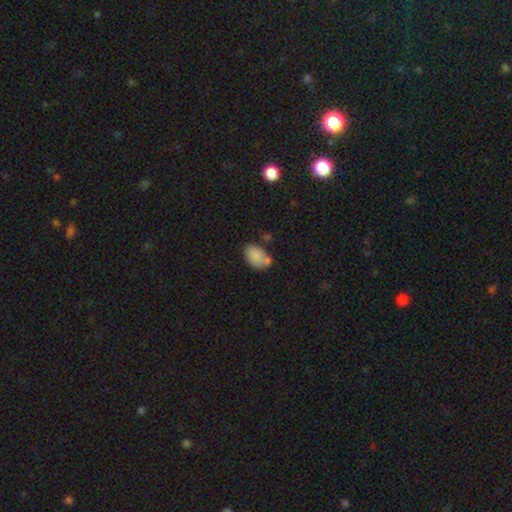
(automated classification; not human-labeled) A smooth galaxy with no disk features (82%) that is in between round and cigar-shaped (83%).

Vote fractions:
- Smooth or featured? smooth: 82% / featured or disk: 9% / star or artifact: 9%
- How rounded? in between: 83% / round: 16% / cigar-shaped: 1%
- Merging? none: 49% / merger: 24% / minor disturbance: 20% / major disturbance: 7%